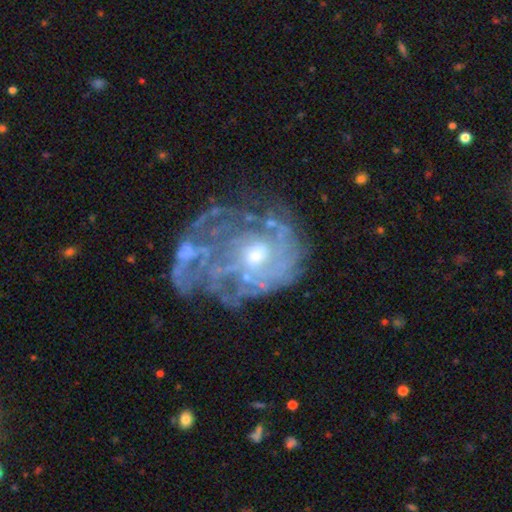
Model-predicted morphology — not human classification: Smooth or featured? Predicted: featured or disk (p=0.82). Edge-on disk? Predicted: no (p=0.97). Bar? Predicted: no (p=0.77). Spiral arms? Predicted: yes (p=0.74). Spiral winding? Predicted: tight (p=0.60). Spiral arm count? Predicted: can't tell (p=0.53). Bulge size? Predicted: moderate (p=0.57). Merging? Predicted: none (p=0.44).